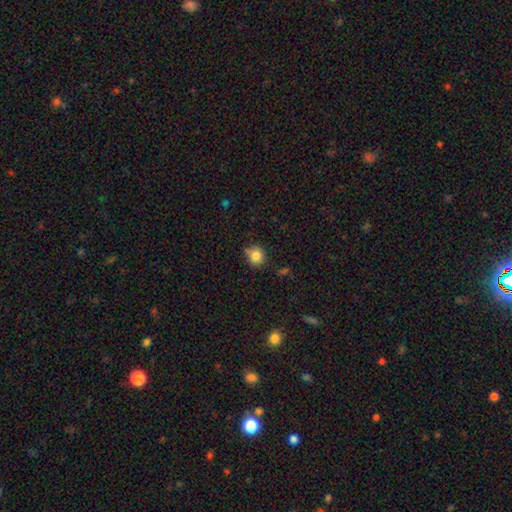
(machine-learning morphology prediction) Smooth or featured: smooth — 83% (star or artifact — 11%)
How rounded: round — 85% (in between — 14%)
Merging: none — 72% (minor disturbance — 21%)